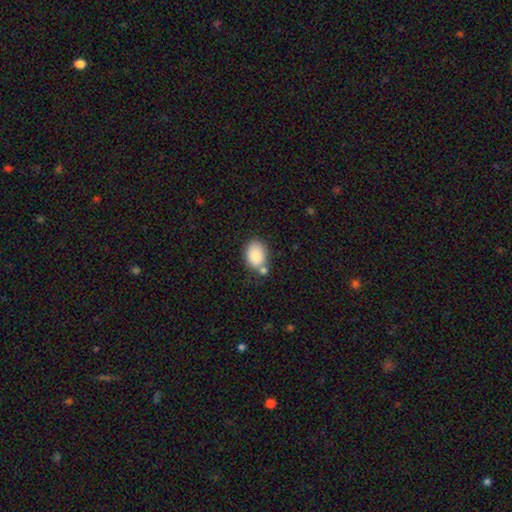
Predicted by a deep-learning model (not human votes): Smooth or featured? Predicted: smooth (p=0.85). How rounded? Predicted: in between (p=0.77). Merging? Predicted: none (p=0.61).